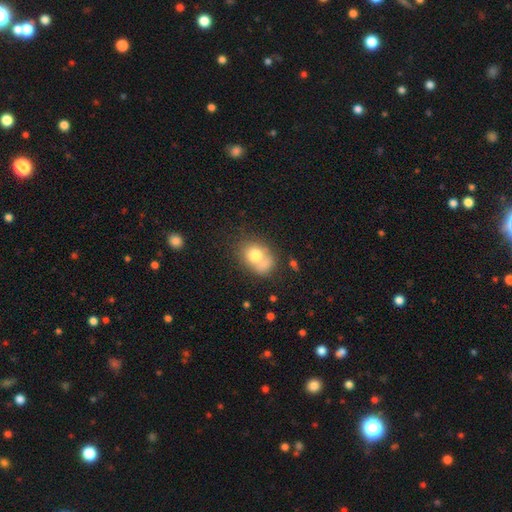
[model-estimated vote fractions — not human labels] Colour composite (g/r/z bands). It shows a smooth galaxy with no disk features (74%) that is round (50%). Merging: none (40%).